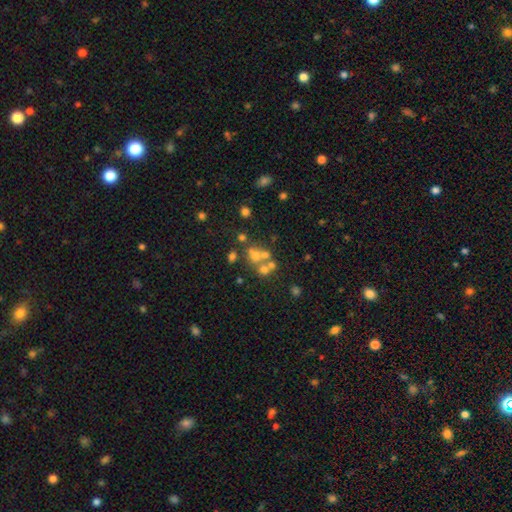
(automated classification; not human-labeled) The model was most divided on "merging": merger: 44%, none: 40%, minor disturbance: 9%, major disturbance: 7%. Remaining: smooth or featured — smooth (42%).